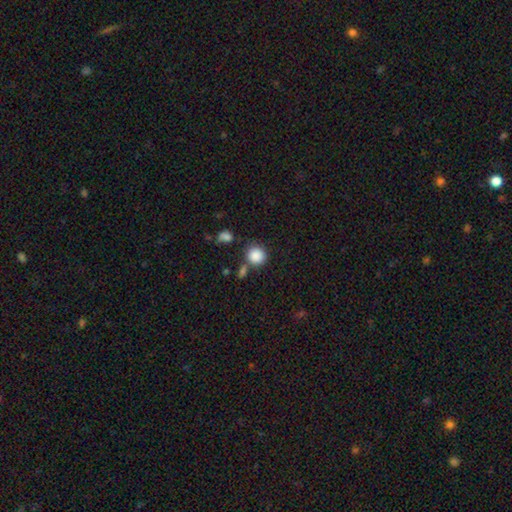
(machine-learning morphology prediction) Smooth or featured: smooth — 87% (star or artifact — 9%)
How rounded: round — 87% (in between — 12%)
Merging: none — 68% (minor disturbance — 14%)